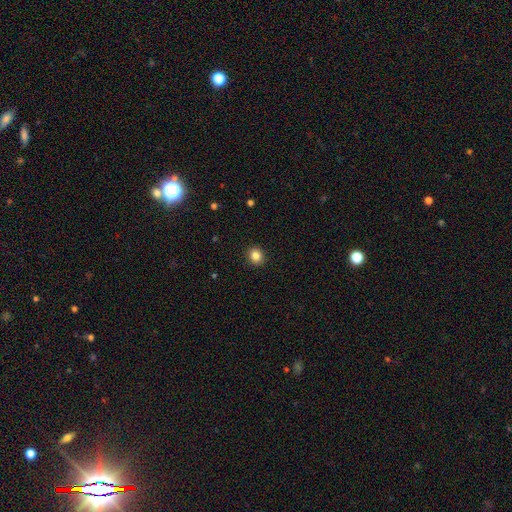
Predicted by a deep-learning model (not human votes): Overall: smooth (85%). How rounded: round (79%). Merging: none (92%).